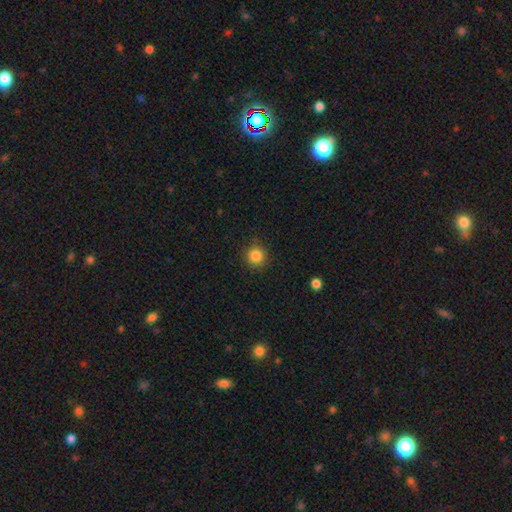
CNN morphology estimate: This appears to be a smooth galaxy with no disk features (85%) that is round (94%). Merging: none (90%).